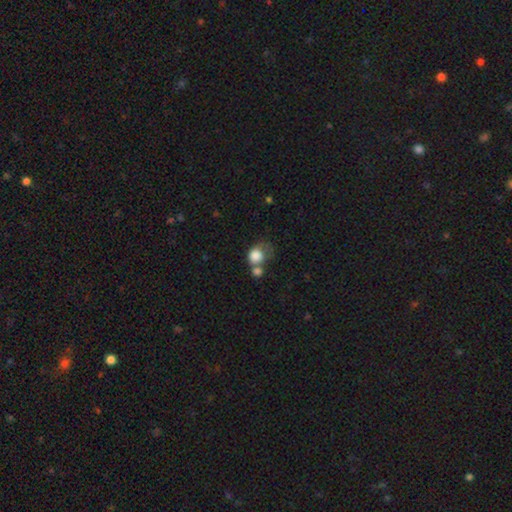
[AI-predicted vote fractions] smooth_or_featured: smooth (p=0.80) [alt: featured or disk p=0.12]
how_rounded: round (p=0.66) [alt: in between p=0.33]
merging: merger (p=0.46) [alt: none p=0.22]